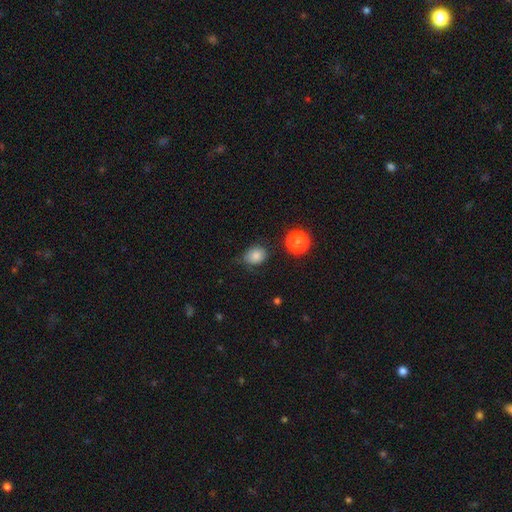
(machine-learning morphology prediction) A smooth galaxy with no disk features (82%) that is round (53%).

Vote fractions:
- Smooth or featured? smooth: 82% / star or artifact: 12% / featured or disk: 6%
- How rounded? round: 53% / in between: 46% / cigar-shaped: 1%
- Merging? none: 66% / minor disturbance: 25% / major disturbance: 6% / merger: 3%